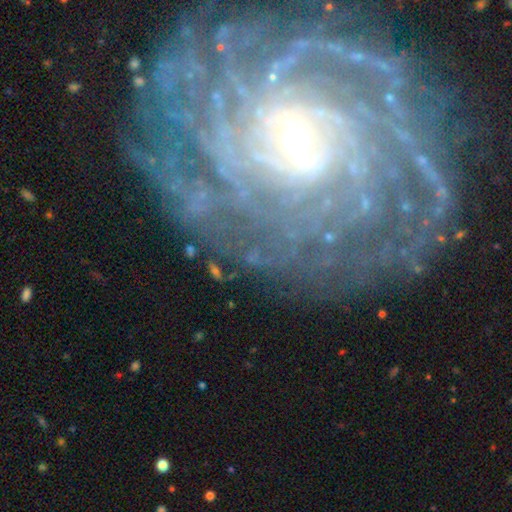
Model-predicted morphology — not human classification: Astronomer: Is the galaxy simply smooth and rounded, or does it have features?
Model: featured or disk — 75%.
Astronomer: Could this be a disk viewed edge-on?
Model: no — 92%.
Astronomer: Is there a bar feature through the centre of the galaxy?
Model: strong — 39% (runner-up: no, 31%).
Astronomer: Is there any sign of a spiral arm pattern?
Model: yes — 82%.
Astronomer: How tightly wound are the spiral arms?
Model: tight — 69%.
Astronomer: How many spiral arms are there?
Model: can't tell — 39% (runner-up: 2, 16%).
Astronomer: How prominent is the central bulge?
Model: moderate — 43% (runner-up: small, 42%).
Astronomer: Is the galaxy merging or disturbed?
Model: none — 67%.